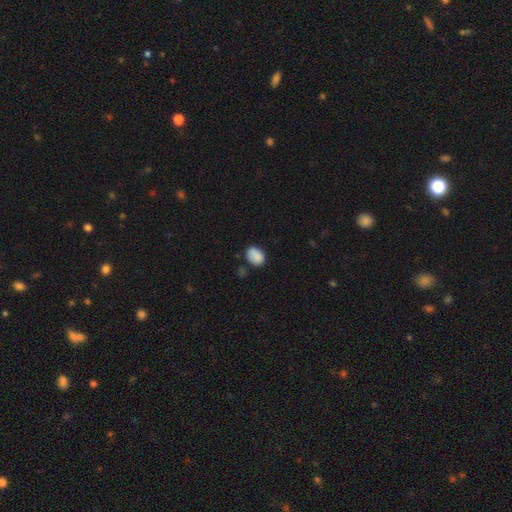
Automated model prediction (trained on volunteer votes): The model was most divided on "merging": none: 71%, minor disturbance: 21%, merger: 4%, major disturbance: 4%. More confident: smooth or featured — smooth (87%); how rounded — in between (75%).